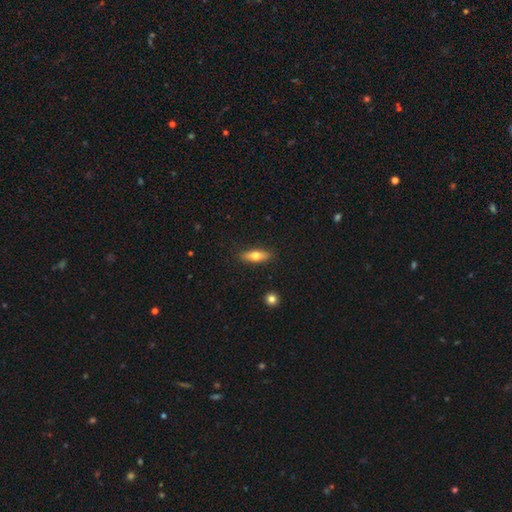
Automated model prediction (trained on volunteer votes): Morphology: type=smooth (63%); roundness=in between (56%); merging=none (89%).